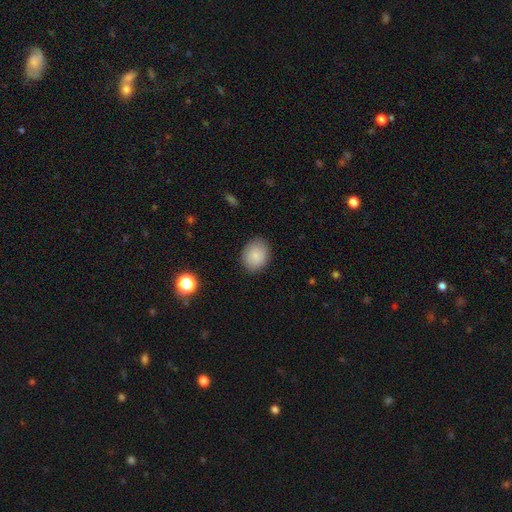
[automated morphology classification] This is clearly a smooth galaxy (83%). How rounded: possibly round (53%). Merging: clearly none (85%).